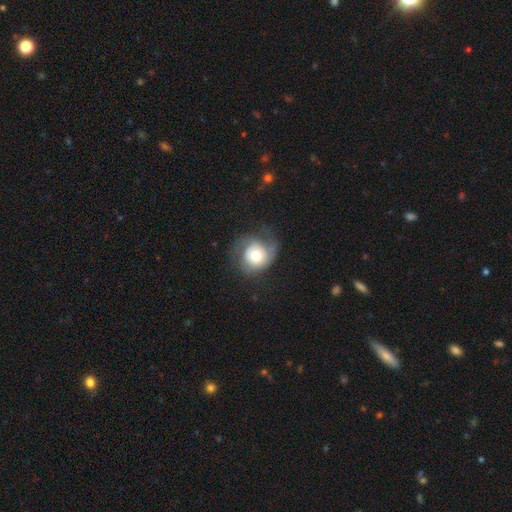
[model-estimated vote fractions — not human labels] The model was most divided on "smooth or featured": featured or disk: 50%, smooth: 43%, star or artifact: 8%. Remaining: merging — none (49%).